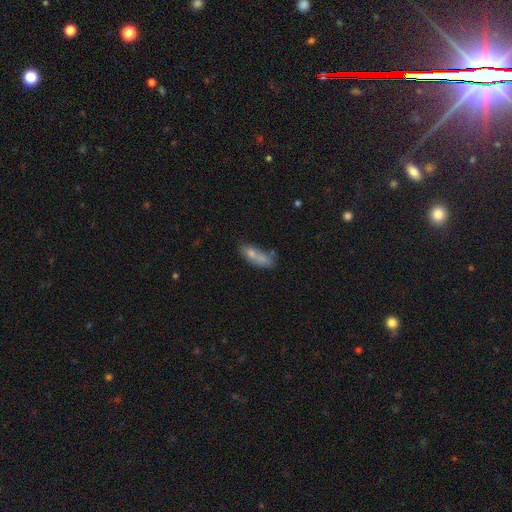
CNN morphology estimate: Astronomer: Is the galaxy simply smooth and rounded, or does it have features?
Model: smooth — 65%.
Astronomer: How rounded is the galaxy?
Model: in between — 65%.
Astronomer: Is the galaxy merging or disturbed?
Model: none — 36% (runner-up: merger, 31%).